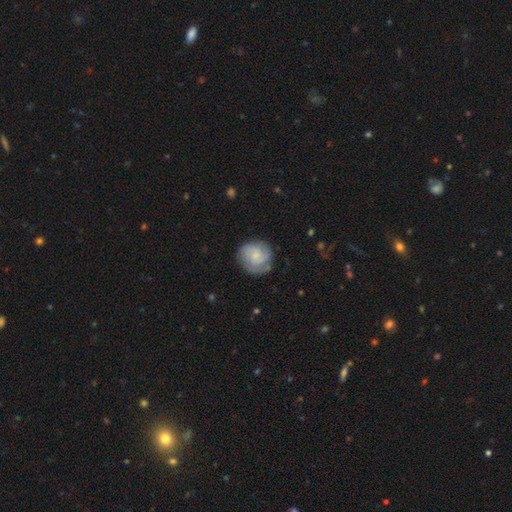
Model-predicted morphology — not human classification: A featured or disk galaxy (59%) with no bar (69%), 2 (35%) tight (52%) spiral arms (92%) and a small central bulge (56%).

Vote fractions:
- Smooth or featured? featured or disk: 59% / smooth: 35% / star or artifact: 6%
- Edge-on disk? no: 98% / yes: 2%
- Bar? no: 69% / weak: 28% / strong: 3%
- Spiral arms? yes: 92% / no: 8%
- Spiral winding? tight: 52% / medium: 37% / loose: 11%
- Spiral arm count? 2: 35% / 3: 28% / can't tell: 23% / 4: 5% / 1: 5% / more than 4: 4%
- Bulge size? small: 56% / moderate: 22% / none: 18% / large: 3% / dominant: 1%
- Merging? none: 76% / minor disturbance: 17% / major disturbance: 6% / merger: 2%